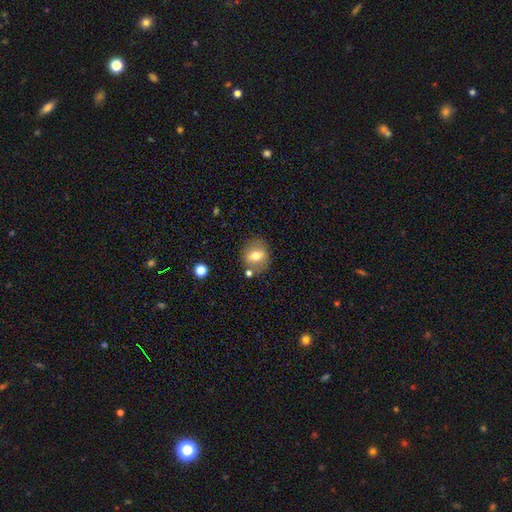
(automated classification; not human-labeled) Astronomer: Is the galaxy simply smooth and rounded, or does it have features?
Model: smooth — 62%.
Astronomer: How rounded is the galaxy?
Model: round — 67%.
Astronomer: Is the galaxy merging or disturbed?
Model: none — 77%.